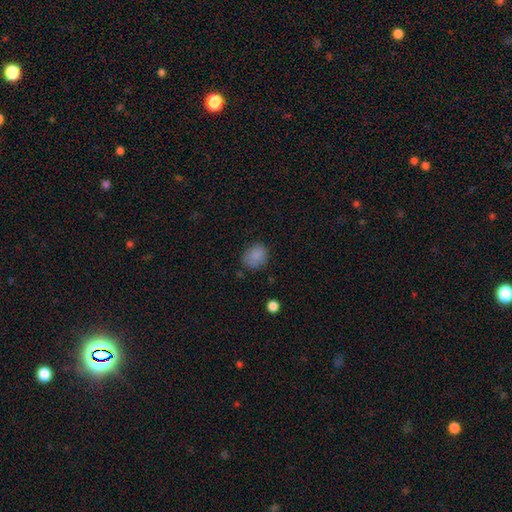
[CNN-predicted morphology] Smooth or featured: smooth — 84% (star or artifact — 10%)
How rounded: round — 55% (in between — 44%)
Merging: none — 74% (minor disturbance — 19%)